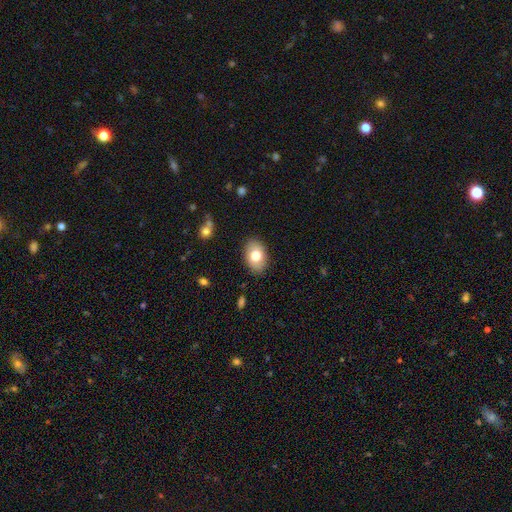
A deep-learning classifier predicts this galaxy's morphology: This is likely a smooth galaxy (78%). How rounded: clearly in between (88%). Merging: clearly none (87%).